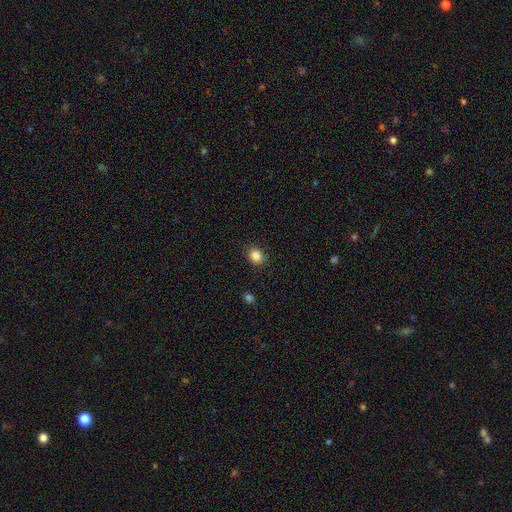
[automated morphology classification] Smooth or featured? Predicted: smooth (p=0.85). How rounded? Predicted: round (p=0.58). Merging? Predicted: none (p=0.86).